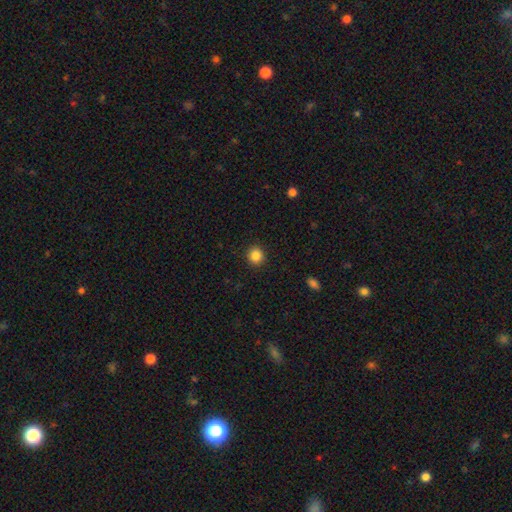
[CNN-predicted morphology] Smooth or featured? smooth (86%)
How rounded? round (92%)
Merging? none (92%)